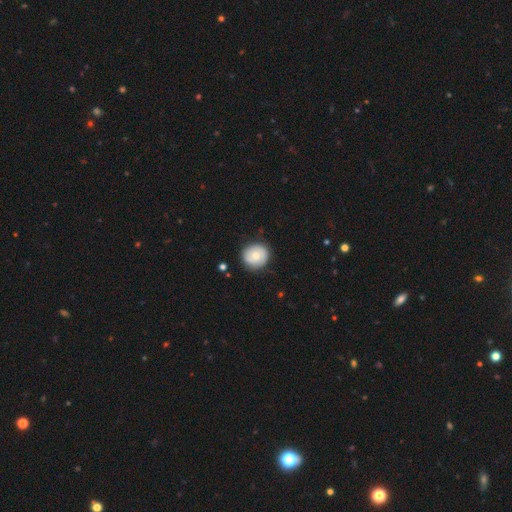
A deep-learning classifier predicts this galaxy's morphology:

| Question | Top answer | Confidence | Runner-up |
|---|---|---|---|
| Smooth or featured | smooth | 67% | featured or disk (26%) |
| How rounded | round | 88% | in between (11%) |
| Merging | none | 83% | minor disturbance (13%) |